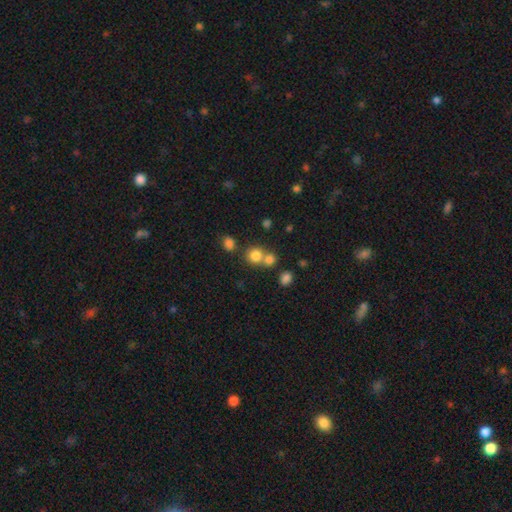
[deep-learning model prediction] Smooth or featured? Predicted: smooth (p=0.79). How rounded? Predicted: round (p=0.87). Merging? Predicted: none (p=0.53).